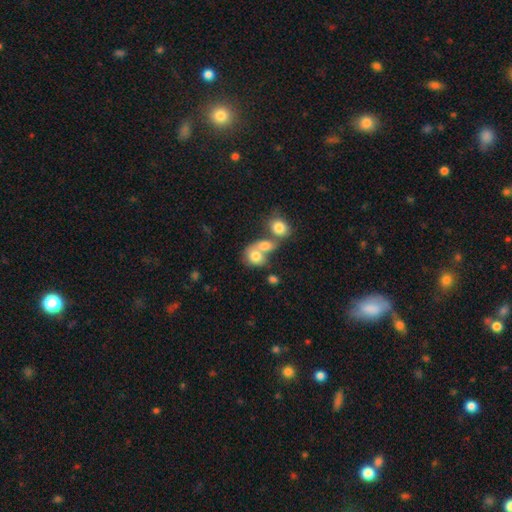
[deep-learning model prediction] Smooth or featured?
  - smooth: 75% *
  - featured or disk: 16%
  - star or artifact: 10%
How rounded?
  - round: 57% *
  - in between: 42%
  - cigar-shaped: 1%
Merging?
  - merger: 61% *
  - none: 26%
  - minor disturbance: 8%
  - major disturbance: 5%